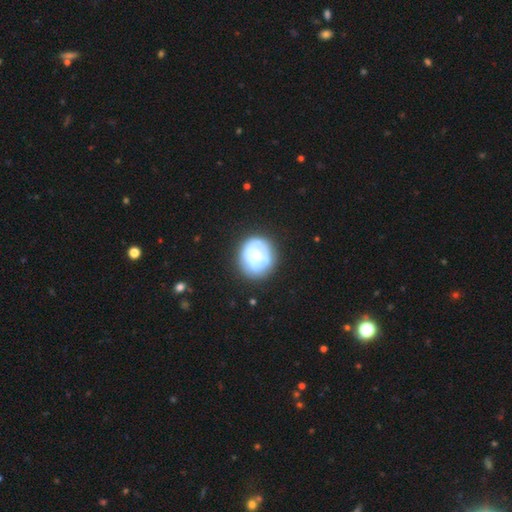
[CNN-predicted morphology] featured or disk 51%, smooth 43%, star or artifact 6%. Down the decision tree: edge-on disk — no (98%); bar — no (84%); spiral arms — no (67%); bulge size — small (49%); merging — none (69%).